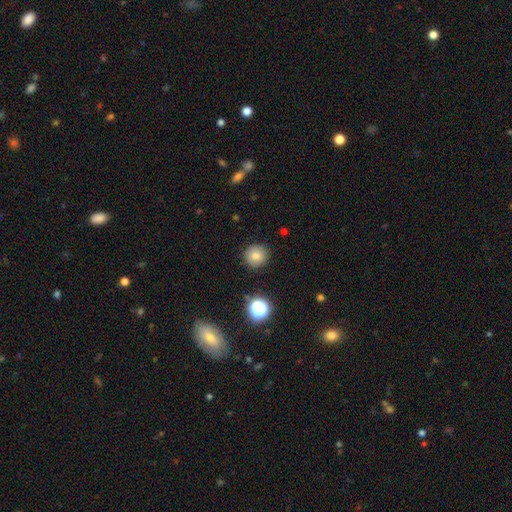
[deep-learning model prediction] Q: Smooth or featured?
A: smooth (79%); runner-up: star or artifact (13%)
Q: How rounded?
A: round (93%); runner-up: in between (6%)
Q: Merging?
A: none (90%); runner-up: minor disturbance (6%)